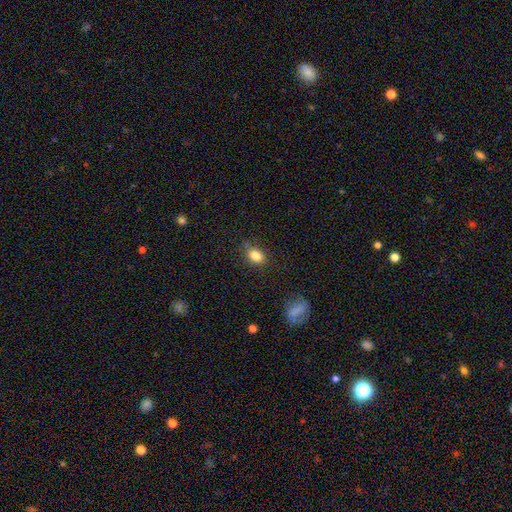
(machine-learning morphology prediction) smooth-or-featured: smooth: 83% | star or artifact: 10% | featured or disk: 7%
  how-rounded: in between: 71% | round: 28% | cigar-shaped: 2%
  merging: none: 81% | minor disturbance: 14% | major disturbance: 3% | merger: 2%